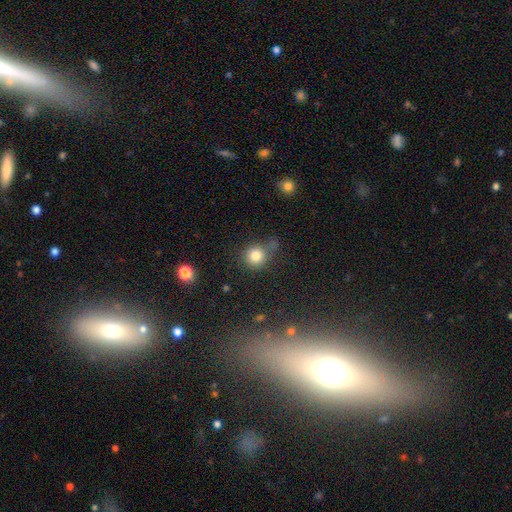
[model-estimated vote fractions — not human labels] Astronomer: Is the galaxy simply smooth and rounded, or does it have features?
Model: smooth — 82%.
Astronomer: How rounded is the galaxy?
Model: round — 88%.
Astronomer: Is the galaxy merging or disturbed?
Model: none — 63%.